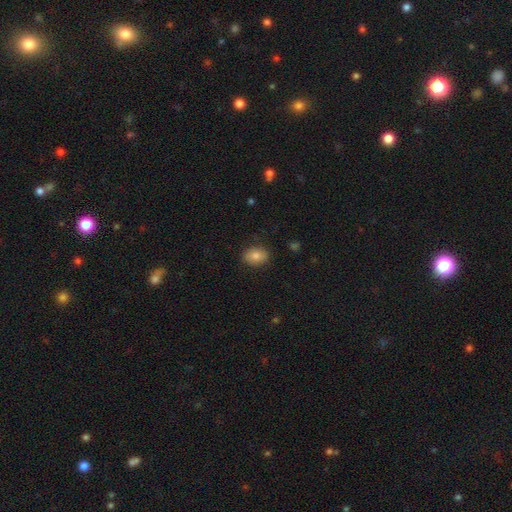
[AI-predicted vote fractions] The model was most divided on "how rounded": in between: 68%, round: 31%, cigar-shaped: 1%. More confident: merging — none (86%); smooth or featured — smooth (83%).